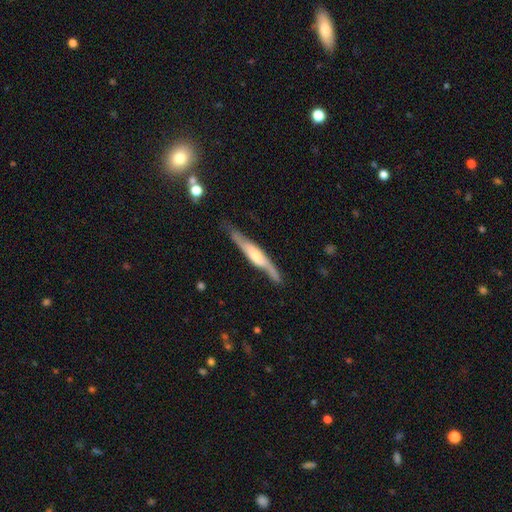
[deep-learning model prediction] This is likely a featured or disk galaxy (66%). It is likely viewed edge-on (76%). Edge-on bulge: possibly rounded (57%). Merging: likely none (71%).